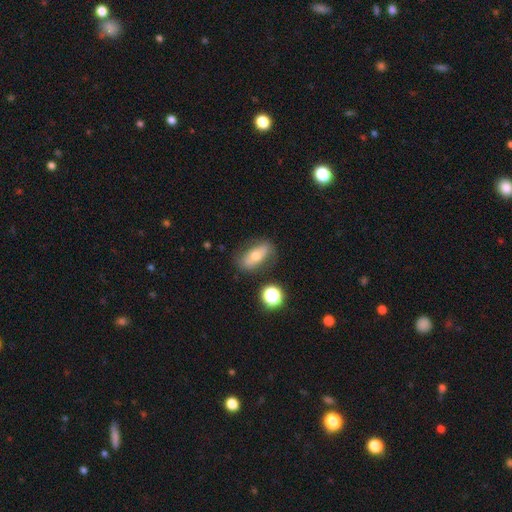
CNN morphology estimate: Smooth or featured? smooth (54%)
How rounded? in between (80%)
Merging? none (75%)